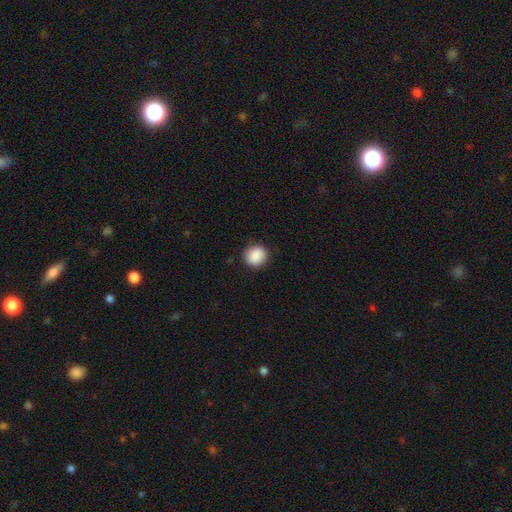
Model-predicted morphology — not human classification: Q: Smooth or featured?
A: smooth (89%); runner-up: star or artifact (8%)
Q: How rounded?
A: round (85%); runner-up: in between (14%)
Q: Merging?
A: none (89%); runner-up: minor disturbance (8%)